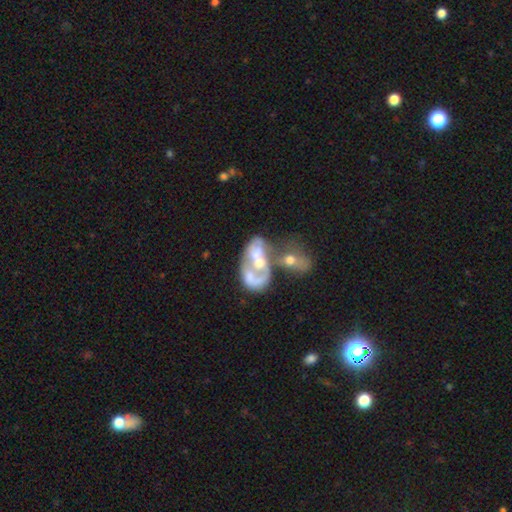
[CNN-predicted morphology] featured or disk 65%, smooth 26%, star or artifact 9%. Down the decision tree: edge-on disk — no (97%); bar — no (85%); spiral arms — no (70%); bulge size — moderate (52%); merging — merger (71%).